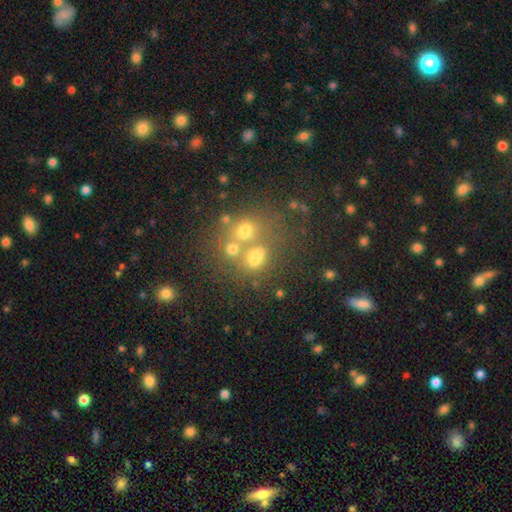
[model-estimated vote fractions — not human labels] smooth 56%, star or artifact 24%, featured or disk 21%. Down the decision tree: how rounded — round (49%, tied with in between); merging — merger (45%).